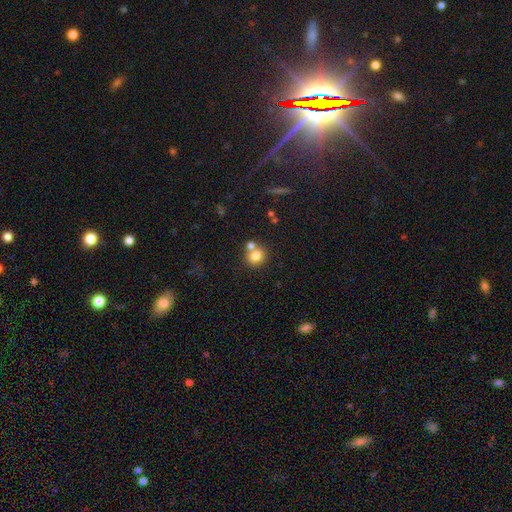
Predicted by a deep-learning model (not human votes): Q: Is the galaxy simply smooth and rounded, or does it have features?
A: smooth — 79%.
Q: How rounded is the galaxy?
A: round — 80%.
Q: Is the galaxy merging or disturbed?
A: none — 58%.